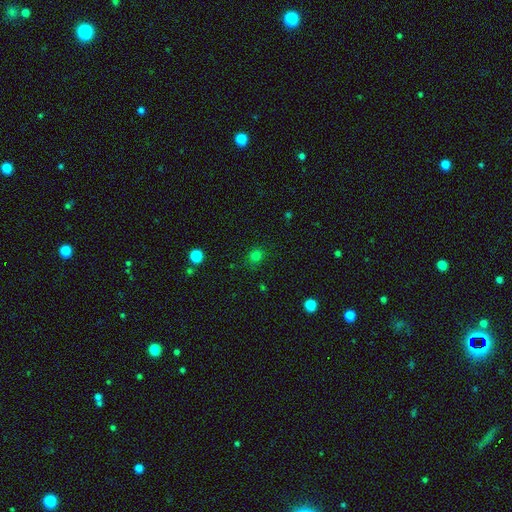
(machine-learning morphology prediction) This is likely a smooth galaxy (78%). How rounded: clearly round (84%). Merging: clearly none (85%).